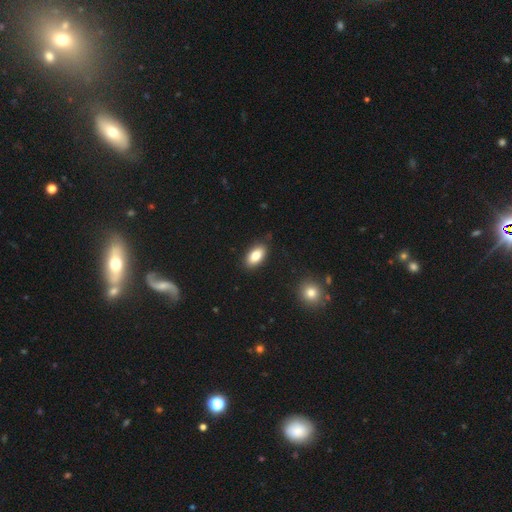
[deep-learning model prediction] Smooth or featured? smooth (83%)
How rounded? in between (92%)
Merging? none (87%)